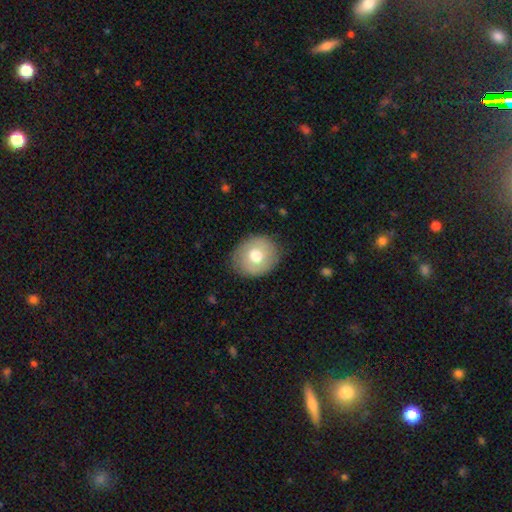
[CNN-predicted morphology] Smooth or featured?
  - smooth: 70% *
  - featured or disk: 22%
  - star or artifact: 8%
How rounded?
  - round: 73% *
  - in between: 27%
  - cigar-shaped: 1%
Merging?
  - none: 85% *
  - minor disturbance: 11%
  - major disturbance: 3%
  - merger: 1%